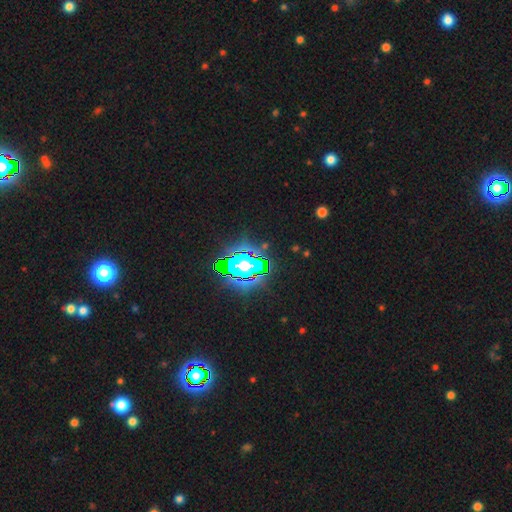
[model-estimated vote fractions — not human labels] Smooth or featured? Predicted: star or artifact (p=0.82).